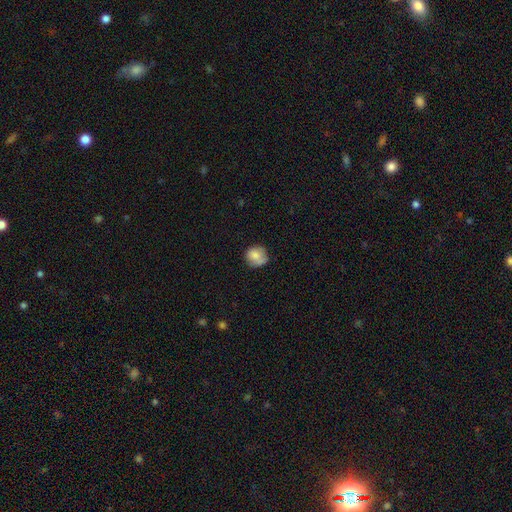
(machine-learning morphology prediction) A smooth galaxy with no disk features (78%) that is round (85%).

Vote fractions:
- Smooth or featured? smooth: 78% / featured or disk: 13% / star or artifact: 8%
- How rounded? round: 85% / in between: 15% / cigar-shaped: 1%
- Merging? none: 63% / minor disturbance: 25% / major disturbance: 7% / merger: 4%